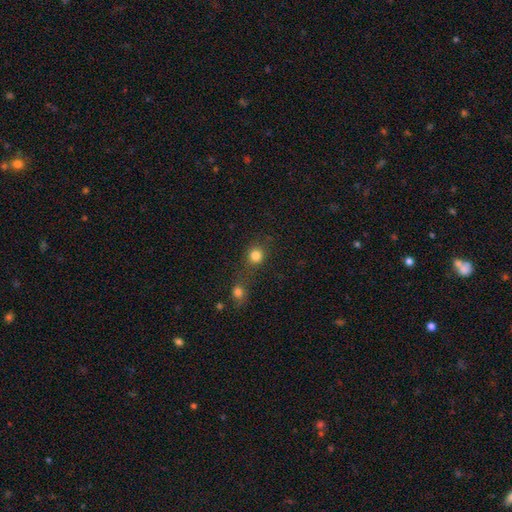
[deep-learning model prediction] A smooth galaxy with no disk features (82%) that is round (87%).

Vote fractions:
- Smooth or featured? smooth: 82% / star or artifact: 13% / featured or disk: 5%
- How rounded? round: 87% / in between: 12% / cigar-shaped: 1%
- Merging? none: 58% / merger: 28% / minor disturbance: 8% / major disturbance: 5%